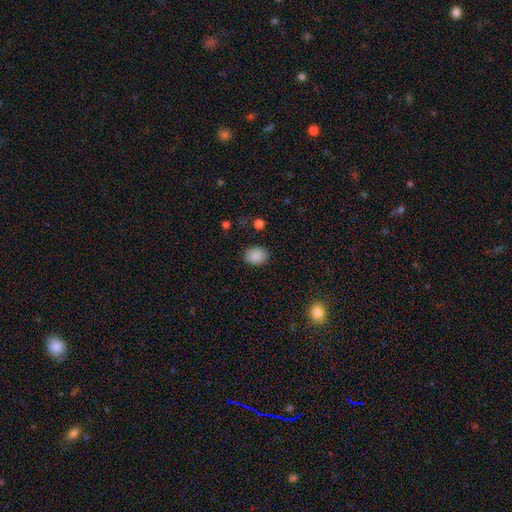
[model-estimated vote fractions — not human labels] This is clearly a smooth galaxy (88%). How rounded: likely in between (60%). Merging: clearly none (86%).